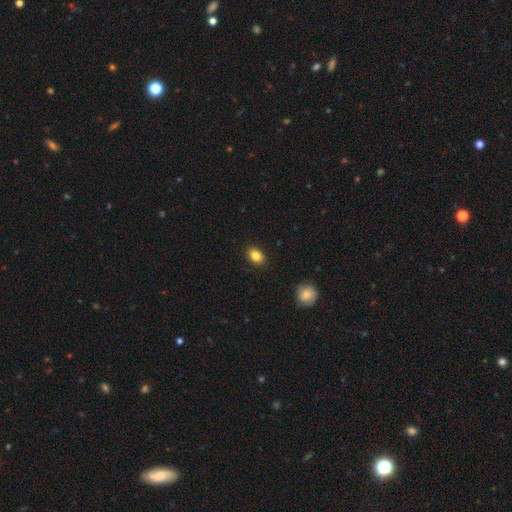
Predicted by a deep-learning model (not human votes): Smooth or featured? smooth (84%)
How rounded? in between (71%)
Merging? none (89%)